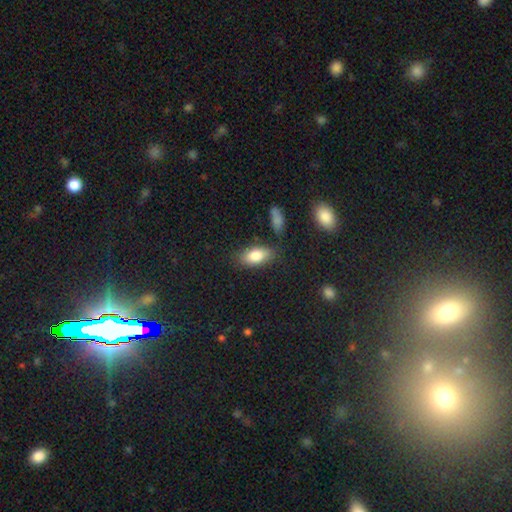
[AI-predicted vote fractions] Smooth or featured?
  - smooth: 83% *
  - featured or disk: 10%
  - star or artifact: 7%
How rounded?
  - in between: 89% *
  - cigar-shaped: 6%
  - round: 5%
Merging?
  - none: 77% *
  - minor disturbance: 14%
  - merger: 5%
  - major disturbance: 4%